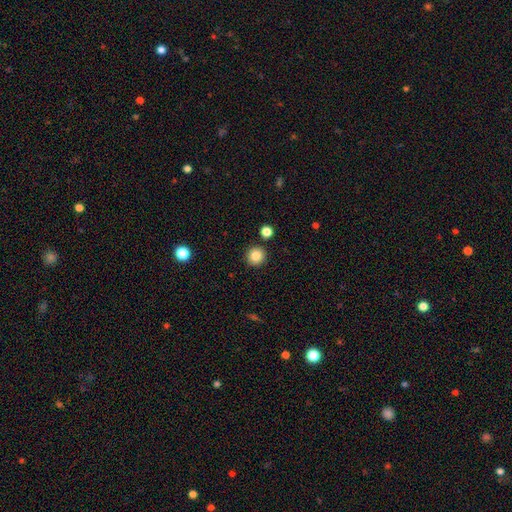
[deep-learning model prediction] Overall: smooth (85%). How rounded: round (95%). Merging: none (90%).